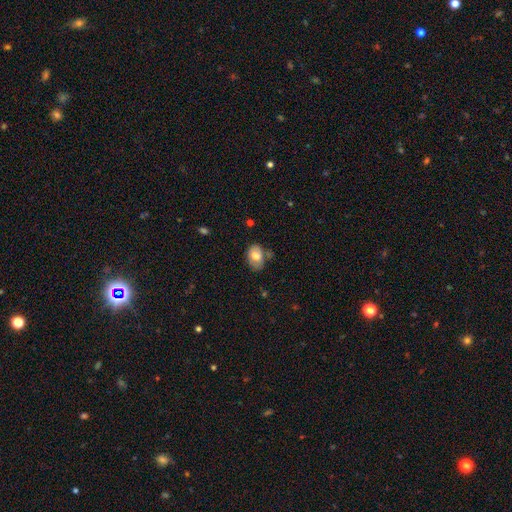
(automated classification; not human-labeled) Q: Smooth or featured?
A: smooth (74%); runner-up: featured or disk (18%)
Q: How rounded?
A: in between (80%); runner-up: round (19%)
Q: Merging?
A: none (65%); runner-up: minor disturbance (23%)